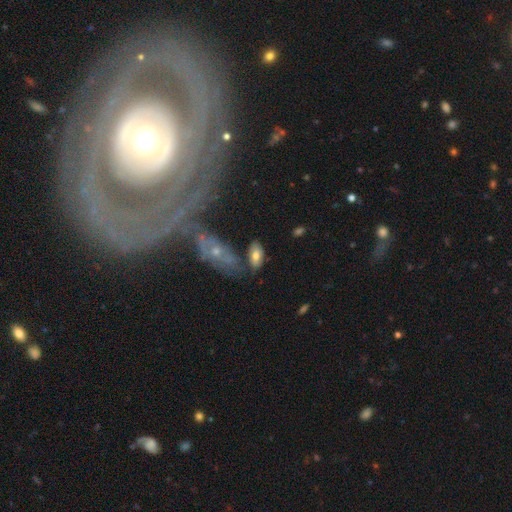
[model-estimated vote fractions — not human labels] Smooth or featured? smooth (68%)
How rounded? in between (90%)
Merging? none (60%)